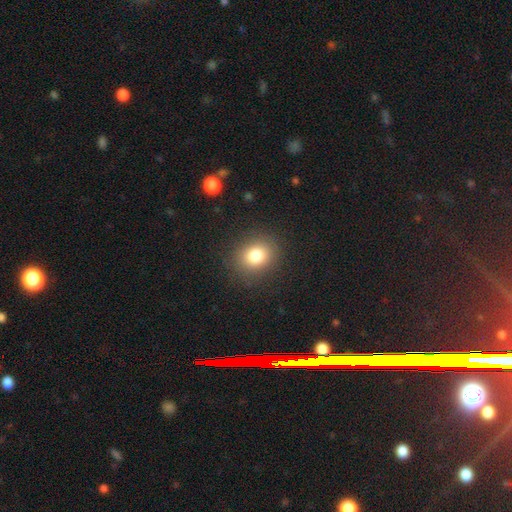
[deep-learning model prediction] The model was most divided on "how rounded": round: 66%, in between: 33%, cigar-shaped: 1%. More confident: merging — none (87%); smooth or featured — smooth (81%).